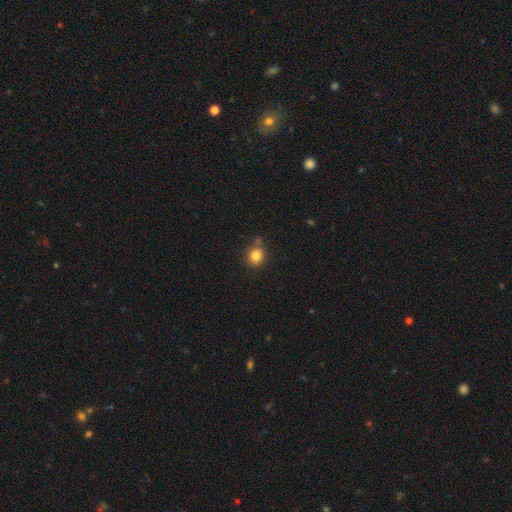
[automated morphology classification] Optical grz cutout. It shows a smooth galaxy with no disk features (82%) that is round (82%). Merging: none (69%).